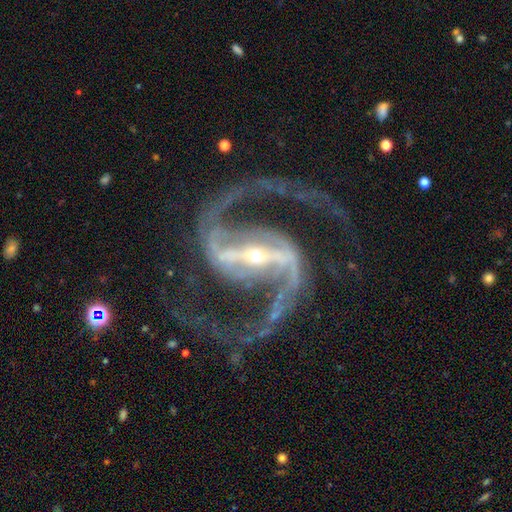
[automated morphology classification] A featured or disk galaxy (94%) with a strong bar (81%), 2 (95%) medium (64%) spiral arms (99%) and a small central bulge (76%).

Vote fractions:
- Smooth or featured? featured or disk: 94% / star or artifact: 4% / smooth: 2%
- Edge-on disk? no: 98% / yes: 2%
- Bar? strong: 81% / weak: 14% / no: 5%
- Spiral arms? yes: 99% / no: 1%
- Spiral winding? medium: 64% / loose: 25% / tight: 11%
- Spiral arm count? 2: 95% / 3: 1% / can't tell: 1% / 1: 1% / 4: 1% / more than 4: 1%
- Bulge size? small: 76% / moderate: 20% / large: 2% / none: 1% / dominant: 1%
- Merging? none: 81% / minor disturbance: 10% / major disturbance: 8% / merger: 2%